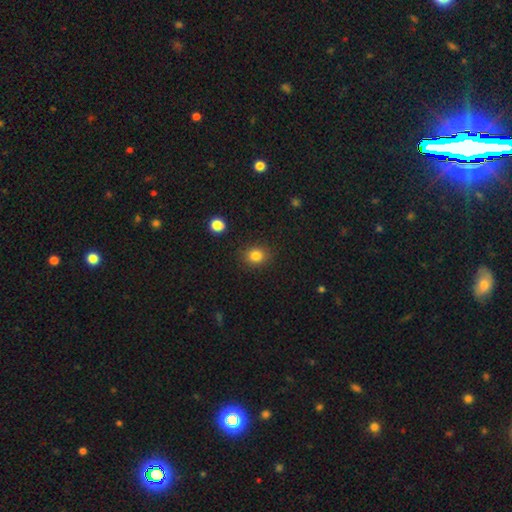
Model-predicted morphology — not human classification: smooth 84%, star or artifact 11%, featured or disk 5%. Down the decision tree: how rounded — round (71%); merging — none (88%).